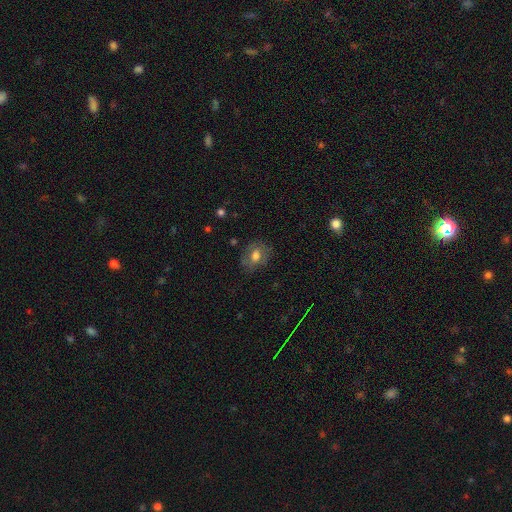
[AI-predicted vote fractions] A smooth galaxy with no disk features (59%) that is in between round and cigar-shaped (50%).

Vote fractions:
- Smooth or featured? smooth: 59% / featured or disk: 31% / star or artifact: 11%
- How rounded? in between: 50% / round: 49% / cigar-shaped: 1%
- Merging? none: 72% / minor disturbance: 19% / major disturbance: 8% / merger: 1%